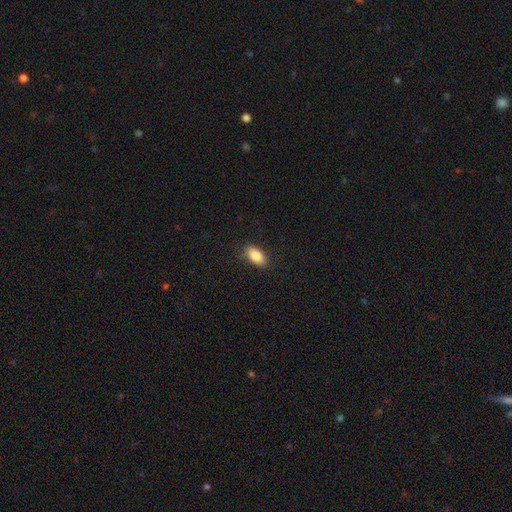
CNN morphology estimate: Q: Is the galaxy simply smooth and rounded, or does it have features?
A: smooth — 86%.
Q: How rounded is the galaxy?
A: in between — 90%.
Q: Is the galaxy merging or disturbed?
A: none — 86%.